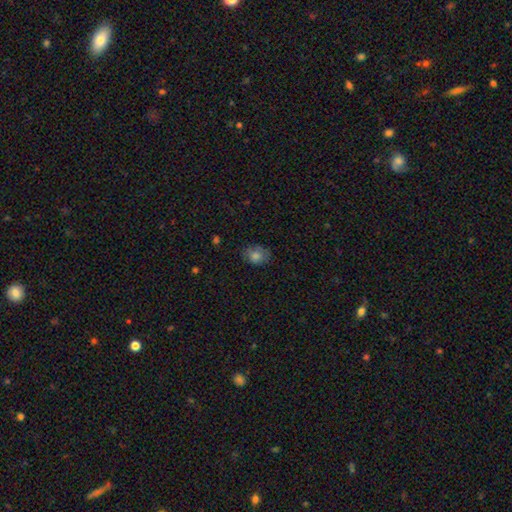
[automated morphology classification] Overall: smooth (75%). How rounded: in between (60%; round 39%). Merging: none (70%).